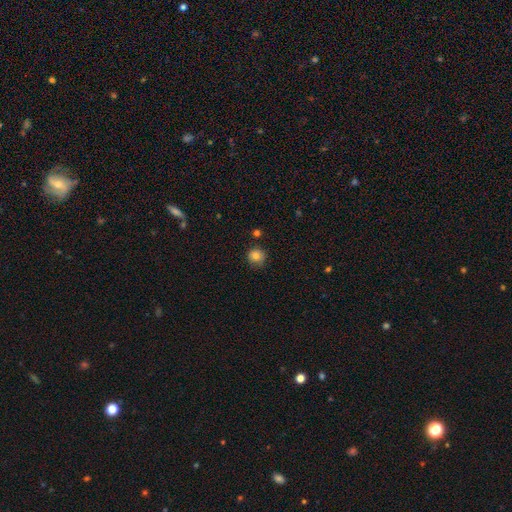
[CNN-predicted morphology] This is clearly a smooth galaxy (80%). How rounded: clearly round (92%). Merging: likely none (77%).